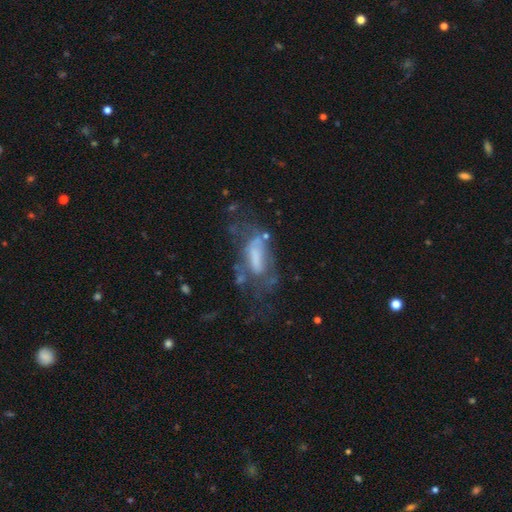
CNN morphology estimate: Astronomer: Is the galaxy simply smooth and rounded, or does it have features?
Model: featured or disk — 56% (runner-up: smooth, 33%).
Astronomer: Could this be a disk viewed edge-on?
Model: no — 87%.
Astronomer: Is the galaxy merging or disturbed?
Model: major disturbance — 35% (runner-up: none, 34%).